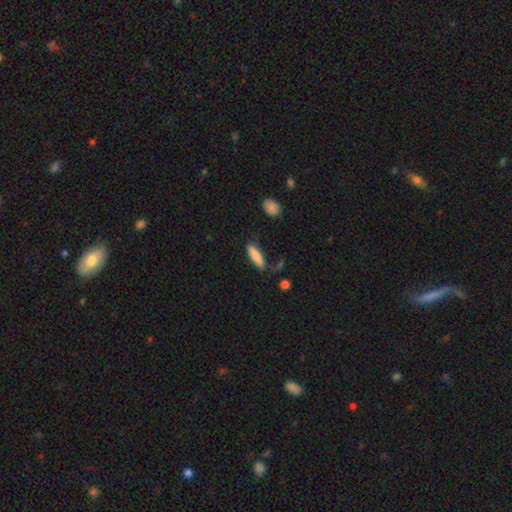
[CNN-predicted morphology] A smooth galaxy with no disk features (85%) that is cigar-shaped (62%).

Vote fractions:
- Smooth or featured? smooth: 85% / featured or disk: 9% / star or artifact: 6%
- How rounded? cigar-shaped: 62% / in between: 37% / round: 2%
- Merging? none: 72% / minor disturbance: 19% / major disturbance: 5% / merger: 4%